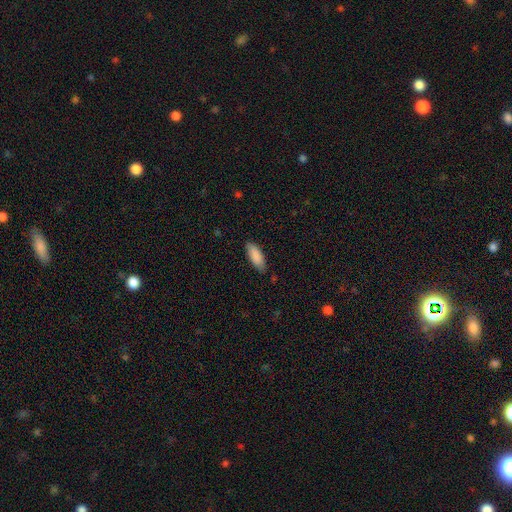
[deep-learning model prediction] This appears to be a smooth galaxy with no disk features (88%) that is in between round and cigar-shaped (76%). Merging: none (80%).